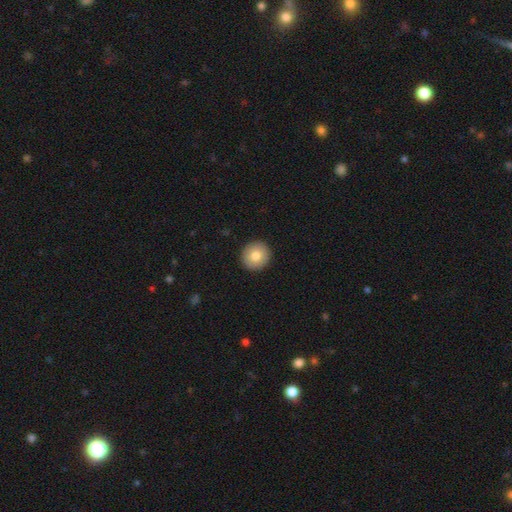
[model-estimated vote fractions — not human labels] Smooth or featured? Predicted: smooth (p=0.79). How rounded? Predicted: round (p=0.93). Merging? Predicted: none (p=0.93).